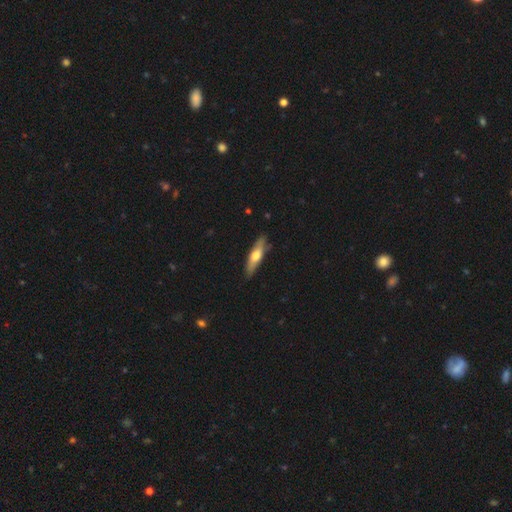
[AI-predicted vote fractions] This appears to be a smooth galaxy with no disk features (52%) that is cigar-shaped (69%). Merging: none (83%).